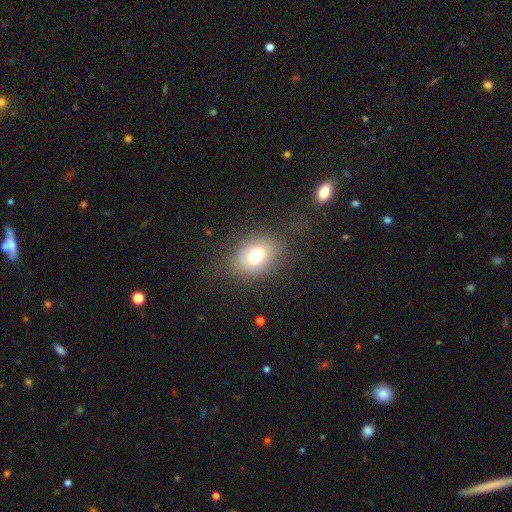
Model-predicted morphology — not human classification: This is likely a smooth galaxy (71%). How rounded: likely in between (61%). Merging: likely none (75%).